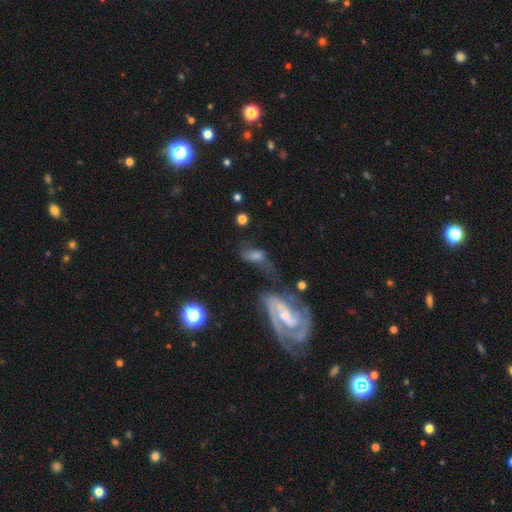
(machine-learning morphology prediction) smooth 44%, featured or disk 42%, star or artifact 14%. Down the decision tree: merging — major disturbance (29%).